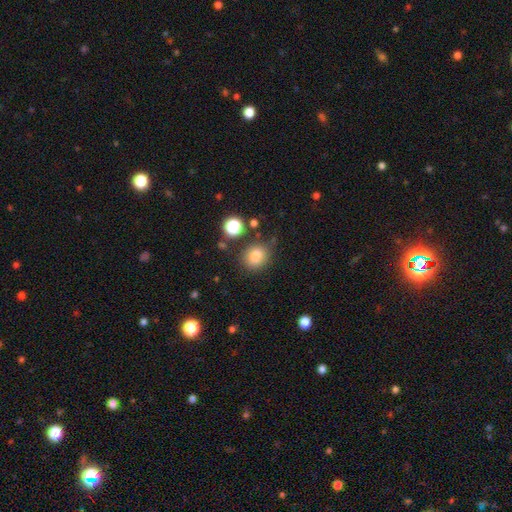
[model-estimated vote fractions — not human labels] A smooth galaxy with no disk features (81%) that is round (66%). Merging: none (76%).